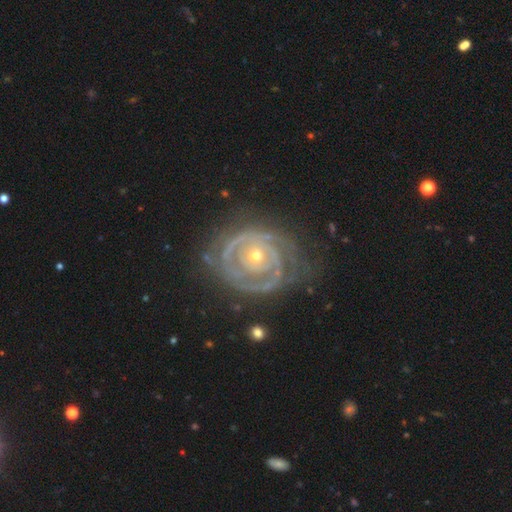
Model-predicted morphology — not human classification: Overall: featured or disk (87%). Edge-on disk: no (97%). Bar: no (81%). Spiral arms: yes (90%). Spiral arm count: 2 (36%; can't tell 26%). Spiral winding: tight (80%). Bulge size: small (57%; moderate 40%). Merging: none (67%).